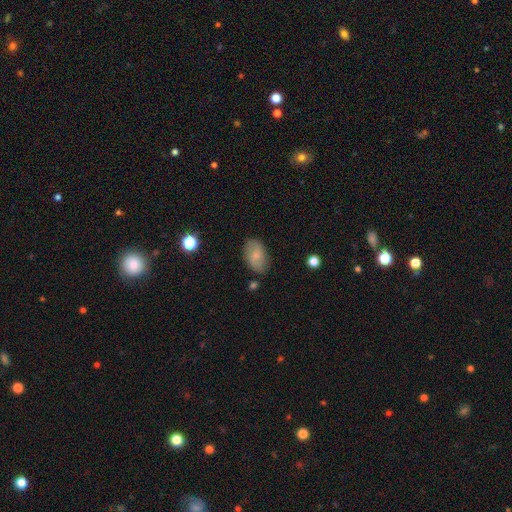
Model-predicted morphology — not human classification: Overall: smooth (64%; featured or disk 28%). How rounded: in between (90%). Merging: none (78%).